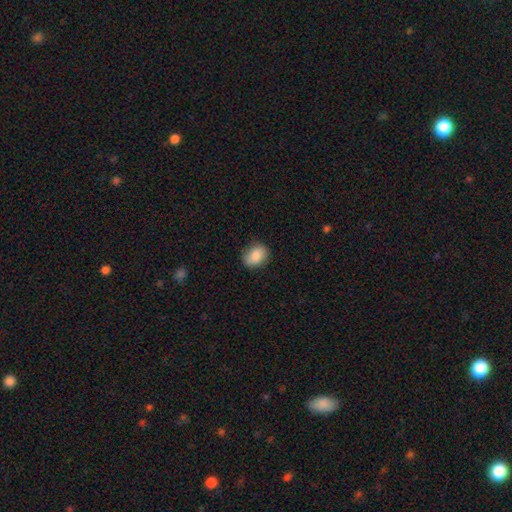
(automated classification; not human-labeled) Smooth or featured? smooth (87%)
How rounded? in between (60%)
Merging? none (81%)